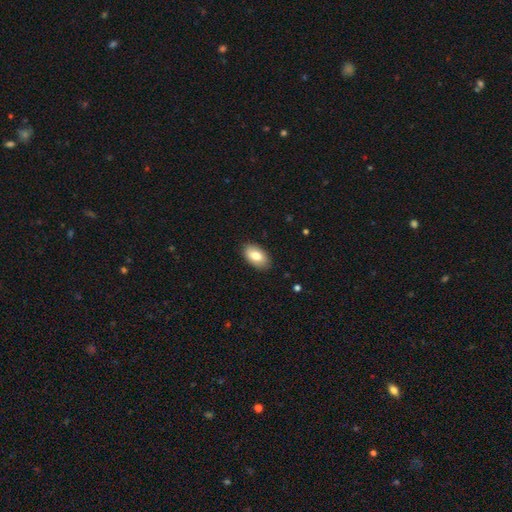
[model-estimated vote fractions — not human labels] Q: Smooth or featured?
A: smooth (80%); runner-up: featured or disk (13%)
Q: How rounded?
A: in between (94%); runner-up: round (4%)
Q: Merging?
A: none (87%); runner-up: minor disturbance (10%)